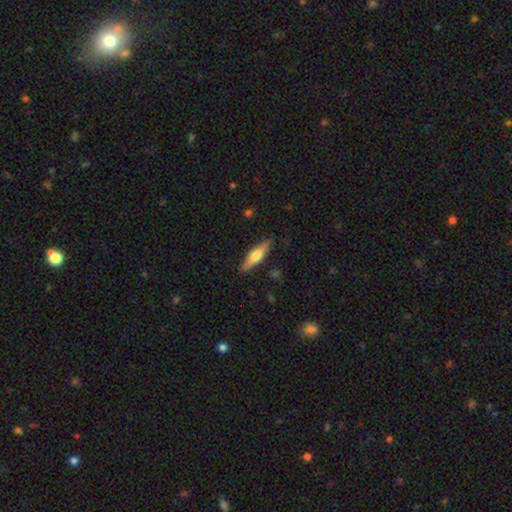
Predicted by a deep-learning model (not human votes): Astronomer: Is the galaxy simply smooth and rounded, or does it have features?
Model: smooth — 48% (runner-up: featured or disk, 46%).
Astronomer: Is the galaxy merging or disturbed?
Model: none — 88%.